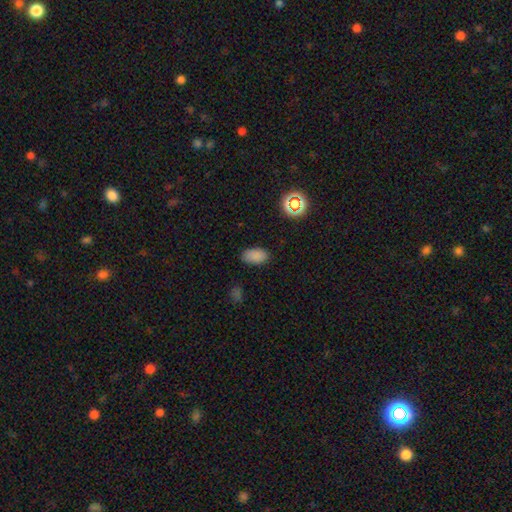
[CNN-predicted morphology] The model was most divided on "smooth or featured": smooth: 84%, star or artifact: 12%, featured or disk: 4%. More confident: how rounded — in between (93%); merging — none (85%).